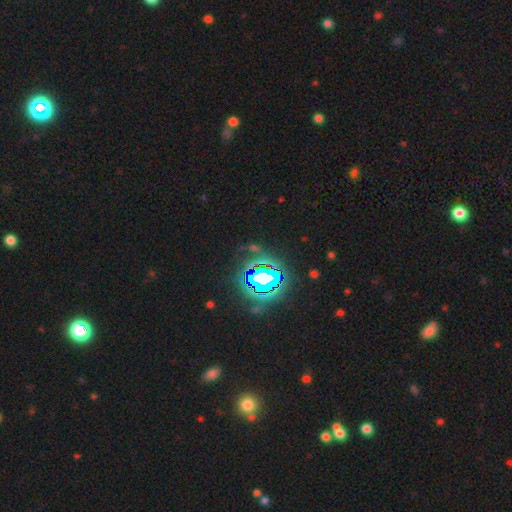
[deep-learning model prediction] star or artifact 81%, smooth 12%, featured or disk 7%.